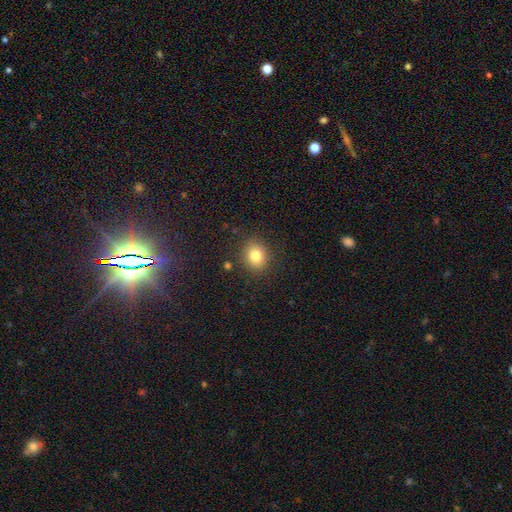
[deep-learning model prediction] The model was most divided on "how rounded": round: 74%, in between: 25%, cigar-shaped: 1%. More confident: merging — none (87%); smooth or featured — smooth (80%).